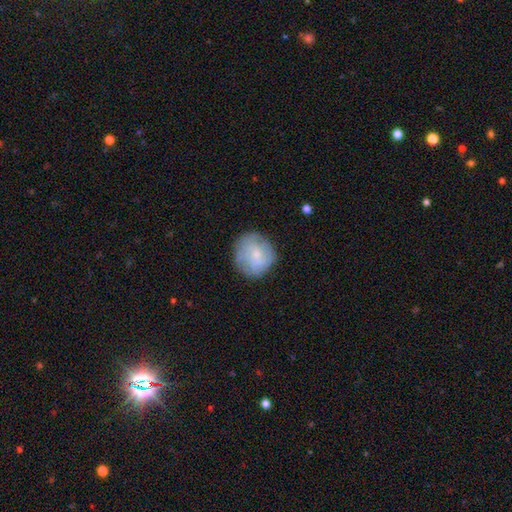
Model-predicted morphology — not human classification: A smooth galaxy with no disk features (59%) that is round (88%). Merging: none (78%).